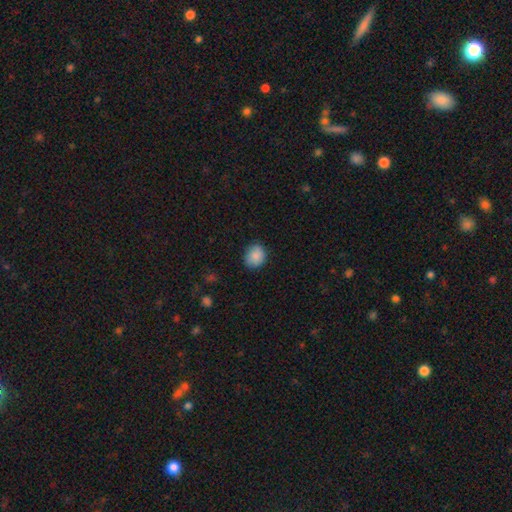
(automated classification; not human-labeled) Morphology: type=smooth (88%); roundness=round (66%); merging=none (83%).